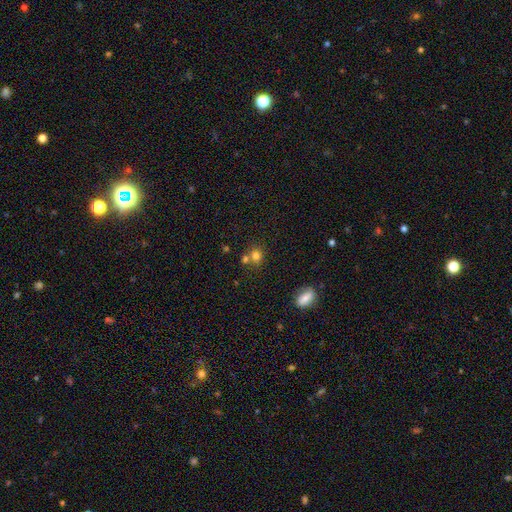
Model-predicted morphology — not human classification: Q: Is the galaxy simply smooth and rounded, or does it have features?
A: smooth — 77%.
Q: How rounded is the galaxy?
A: round — 78%.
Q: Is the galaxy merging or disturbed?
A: none — 54%.